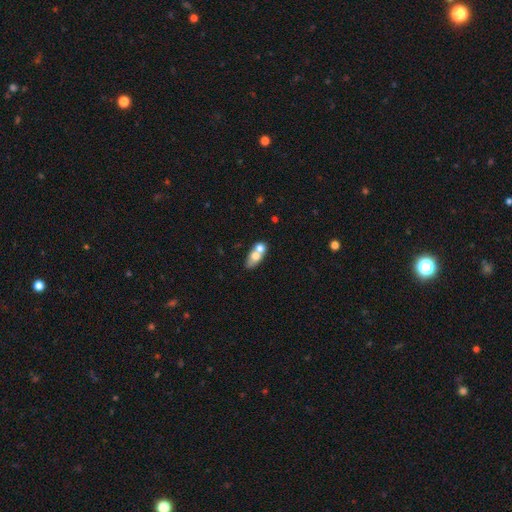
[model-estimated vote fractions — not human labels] Smooth or featured: smooth — 66% (featured or disk — 26%)
How rounded: in between — 73% (round — 20%)
Merging: merger — 57% (none — 29%)